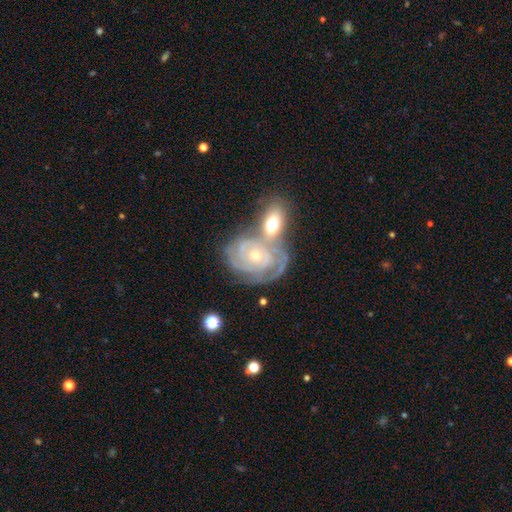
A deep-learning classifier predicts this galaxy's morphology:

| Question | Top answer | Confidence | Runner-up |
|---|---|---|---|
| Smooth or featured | featured or disk | 85% | smooth (8%) |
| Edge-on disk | no | 97% | yes (3%) |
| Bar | no | 77% | weak (18%) |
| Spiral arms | yes | 96% | no (4%) |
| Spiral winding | tight | 78% | medium (19%) |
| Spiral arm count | can't tell | 29% | 3 (27%) |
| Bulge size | small | 68% | moderate (28%) |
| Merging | none | 47% | merger (29%) |